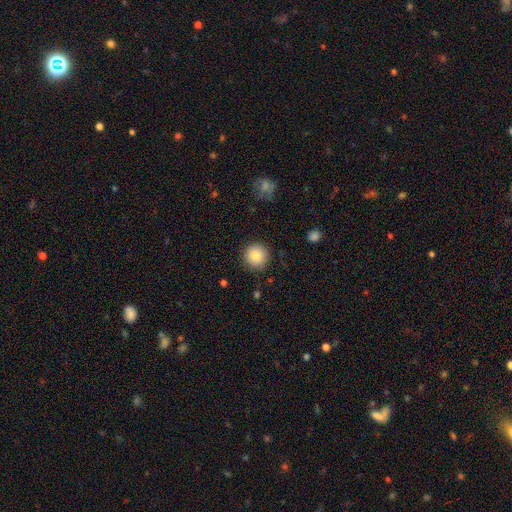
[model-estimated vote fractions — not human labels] smooth-or-featured: smooth: 86% | star or artifact: 9% | featured or disk: 5%
  how-rounded: round: 95% | in between: 4% | cigar-shaped: 1%
  merging: none: 90% | minor disturbance: 7% | major disturbance: 2% | merger: 1%